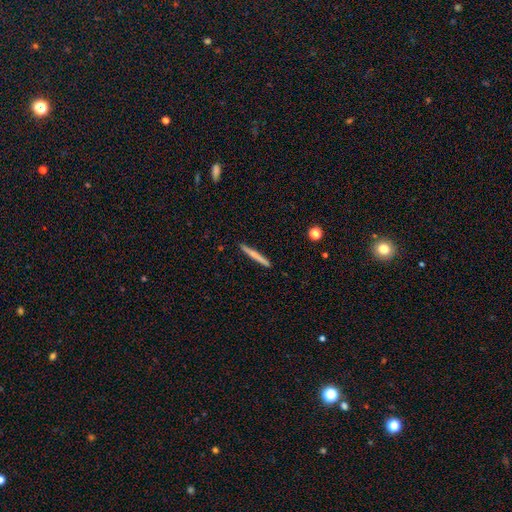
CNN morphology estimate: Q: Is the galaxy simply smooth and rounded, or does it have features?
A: smooth — 60%.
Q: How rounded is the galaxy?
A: cigar-shaped — 96%.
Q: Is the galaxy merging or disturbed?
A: none — 92%.